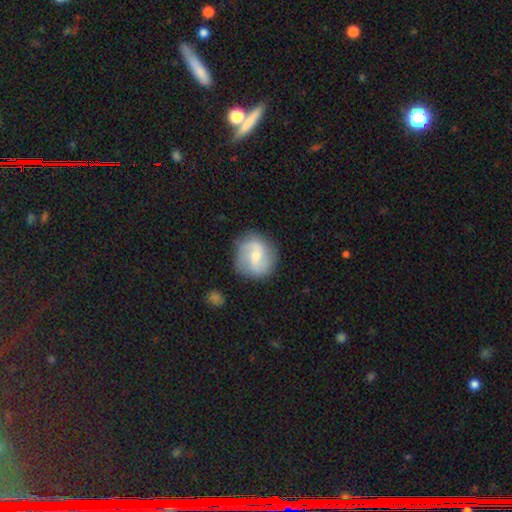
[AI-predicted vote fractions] A featured or disk galaxy (67%) with a weak bar (47%), 2 (81%) loose (47%) spiral arms (91%) and a small central bulge (56%). Merging: none (80%).